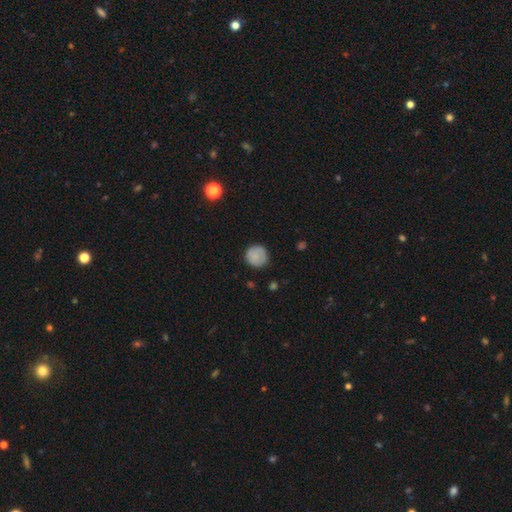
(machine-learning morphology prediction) Q: Smooth or featured?
A: smooth (84%); runner-up: star or artifact (8%)
Q: How rounded?
A: round (94%); runner-up: in between (5%)
Q: Merging?
A: none (85%); runner-up: minor disturbance (12%)